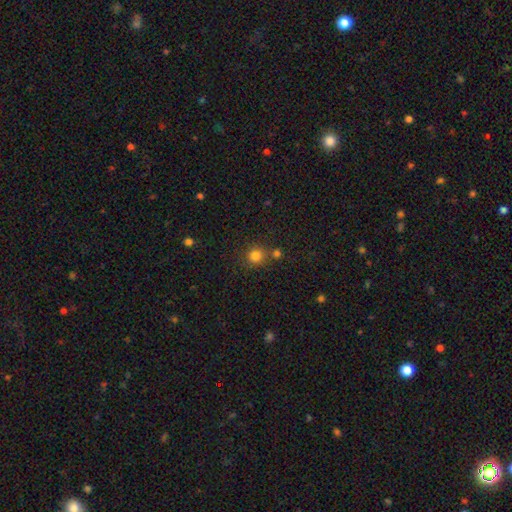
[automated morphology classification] smooth_or_featured: smooth (p=0.80) [alt: star or artifact p=0.14]
how_rounded: round (p=0.91) [alt: in between p=0.08]
merging: none (p=0.74) [alt: merger p=0.15]